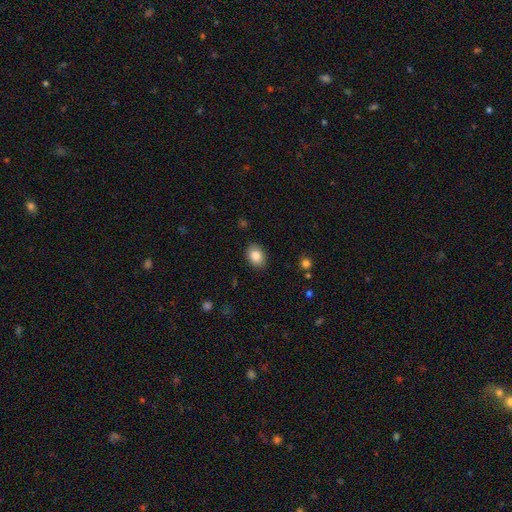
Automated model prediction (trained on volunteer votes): Smooth or featured?
  - smooth: 85% *
  - star or artifact: 8%
  - featured or disk: 7%
How rounded?
  - in between: 73% *
  - round: 26%
  - cigar-shaped: 1%
Merging?
  - none: 88% *
  - minor disturbance: 9%
  - major disturbance: 2%
  - merger: 1%